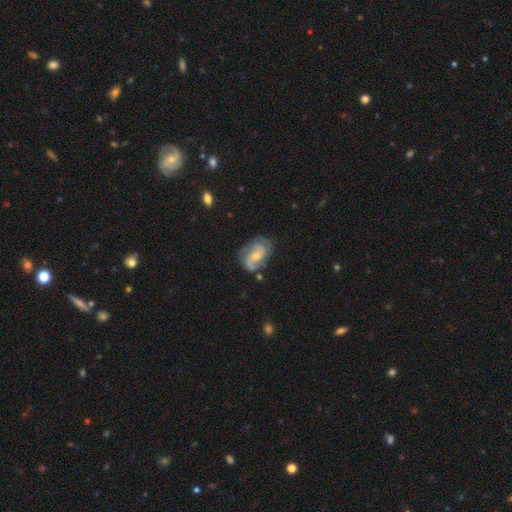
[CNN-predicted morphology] This appears to be a featured or disk galaxy (78%) with no bar (59%), 2 (60%) medium (45%) spiral arms (94%) and a small central bulge (59%). Merging: none (64%).